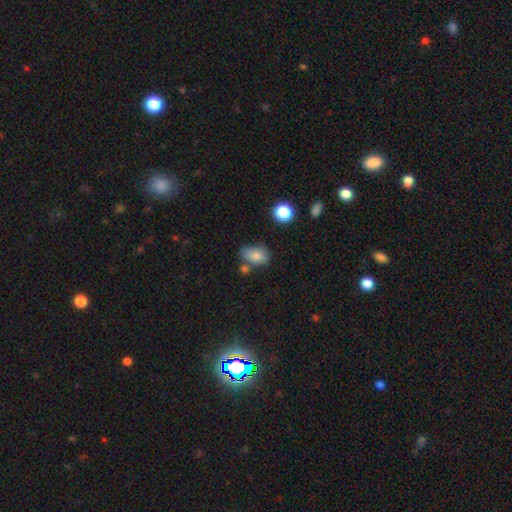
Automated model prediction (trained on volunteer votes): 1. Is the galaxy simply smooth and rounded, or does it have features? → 81% smooth, 10% star or artifact, 9% featured or disk.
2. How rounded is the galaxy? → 82% in between, 16% round, 2% cigar-shaped.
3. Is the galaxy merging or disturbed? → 53% none, 26% minor disturbance, 14% merger, 8% major disturbance.